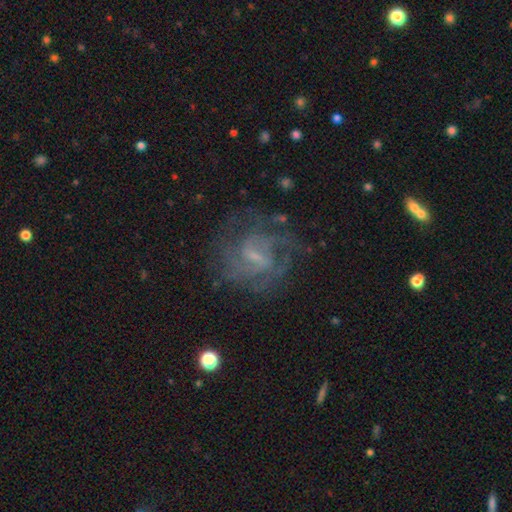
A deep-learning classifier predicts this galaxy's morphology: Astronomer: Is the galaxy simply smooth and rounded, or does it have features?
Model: featured or disk — 78%.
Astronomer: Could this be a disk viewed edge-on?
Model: no — 97%.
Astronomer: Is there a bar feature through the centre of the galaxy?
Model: weak — 57%.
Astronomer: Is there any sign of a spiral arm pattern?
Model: yes — 87%.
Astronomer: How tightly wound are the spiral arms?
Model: medium — 43% (runner-up: tight, 42%).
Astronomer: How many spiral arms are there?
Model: can't tell — 39% (runner-up: 2, 29%).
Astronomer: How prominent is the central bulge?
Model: small — 55%.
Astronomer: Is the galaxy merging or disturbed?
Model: none — 66%.